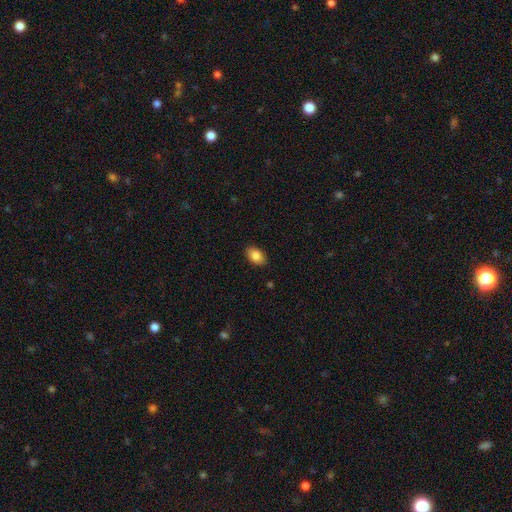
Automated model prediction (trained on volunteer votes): Smooth or featured?
  - smooth: 86% *
  - star or artifact: 8%
  - featured or disk: 7%
How rounded?
  - in between: 89% *
  - round: 10%
  - cigar-shaped: 1%
Merging?
  - none: 88% *
  - minor disturbance: 9%
  - major disturbance: 2%
  - merger: 1%